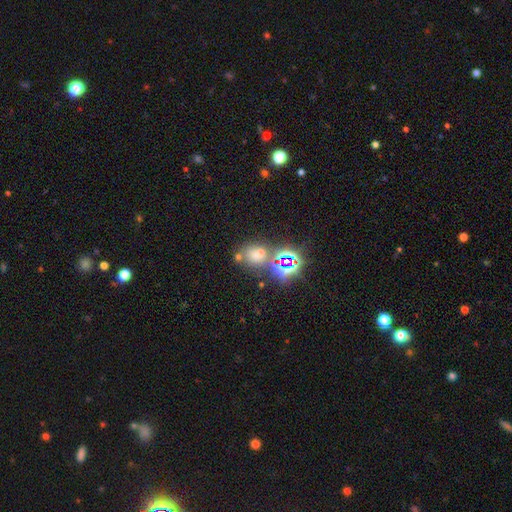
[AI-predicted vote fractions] smooth-or-featured: smooth: 49% | star or artifact: 40% | featured or disk: 11%
  merging: none: 57% | merger: 25% | minor disturbance: 12% | major disturbance: 7%